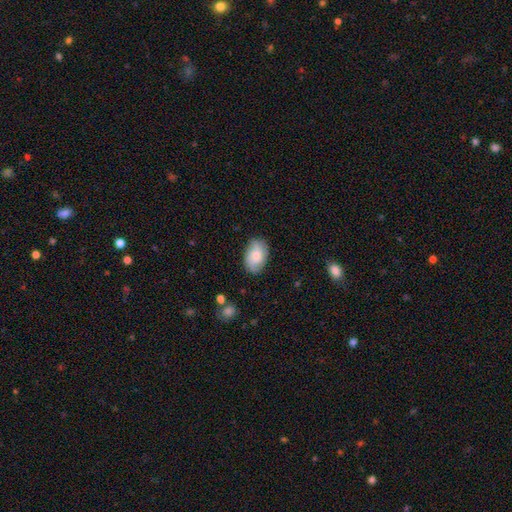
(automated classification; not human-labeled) Smooth or featured?
  - smooth: 65% *
  - featured or disk: 28%
  - star or artifact: 7%
How rounded?
  - in between: 88% *
  - round: 11%
  - cigar-shaped: 1%
Merging?
  - none: 77% *
  - minor disturbance: 18%
  - major disturbance: 4%
  - merger: 1%